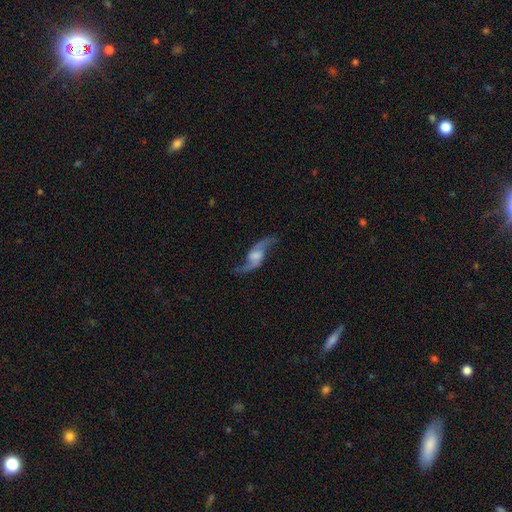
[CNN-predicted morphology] smooth-or-featured: featured or disk: 86% | smooth: 8% | star or artifact: 6%
  disk-edge-on: no: 93% | yes: 7%
    bar: no: 44% | weak: 42% | strong: 14%
    has-spiral-arms: yes: 96% | no: 4%
      spiral-winding: loose: 83% | medium: 14% | tight: 3%
      spiral-arm-count: 2: 94% | 1: 2% | can't tell: 2% | 3: 1% | 4: 1% | more than 4: 1%
    bulge-size: none: 32% | moderate: 24% | small: 21% | large: 20% | dominant: 3%
  merging: none: 77% | minor disturbance: 13% | major disturbance: 8% | merger: 2%